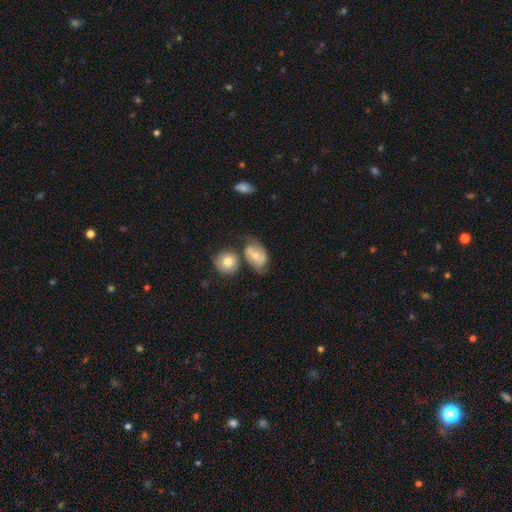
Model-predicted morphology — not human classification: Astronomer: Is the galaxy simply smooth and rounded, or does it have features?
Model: smooth — 47% (runner-up: featured or disk, 46%).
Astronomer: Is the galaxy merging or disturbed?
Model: none — 43% (runner-up: merger, 25%).